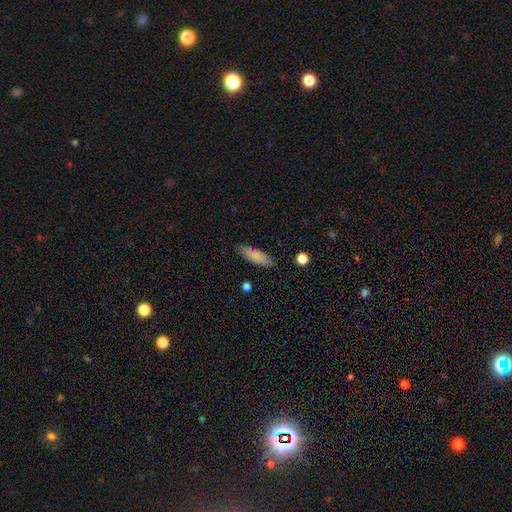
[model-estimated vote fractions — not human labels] smooth_or_featured: smooth (p=0.85) [alt: featured or disk p=0.09]
how_rounded: in between (p=0.50) [alt: cigar-shaped p=0.48]
merging: none (p=0.86) [alt: minor disturbance p=0.10]